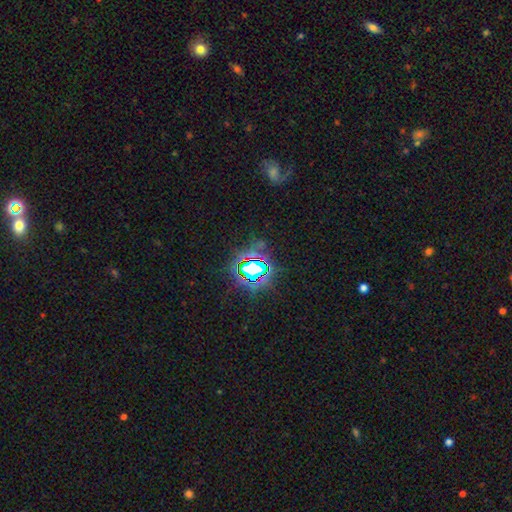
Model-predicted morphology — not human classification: smooth-or-featured: star or artifact: 78% | smooth: 13% | featured or disk: 9%